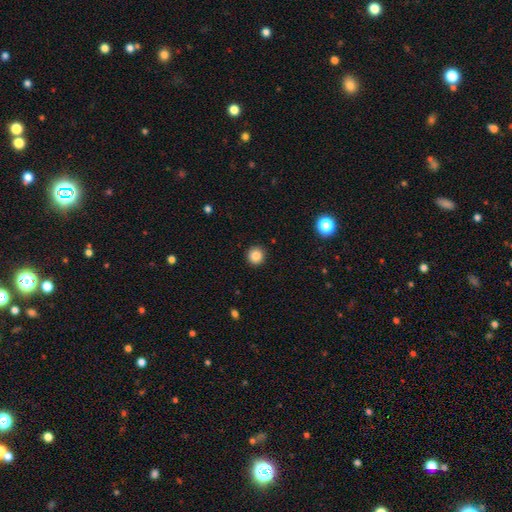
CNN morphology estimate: A smooth galaxy with no disk features (85%) that is round (95%).

Vote fractions:
- Smooth or featured? smooth: 85% / star or artifact: 10% / featured or disk: 5%
- How rounded? round: 95% / in between: 4% / cigar-shaped: 1%
- Merging? none: 93% / minor disturbance: 5% / major disturbance: 2% / merger: 1%